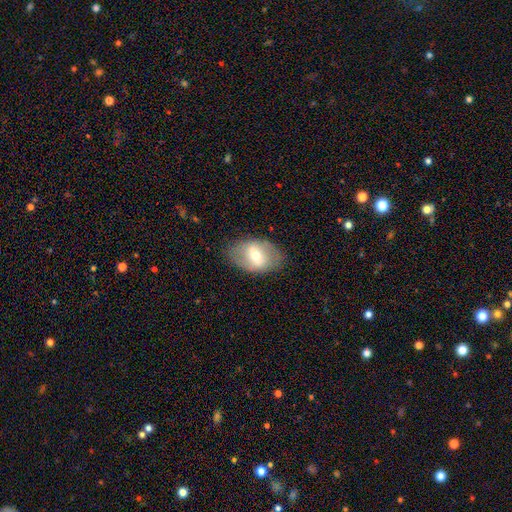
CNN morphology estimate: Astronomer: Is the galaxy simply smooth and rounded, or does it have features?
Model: smooth — 48% (runner-up: featured or disk, 45%).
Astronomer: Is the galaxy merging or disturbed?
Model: none — 80%.